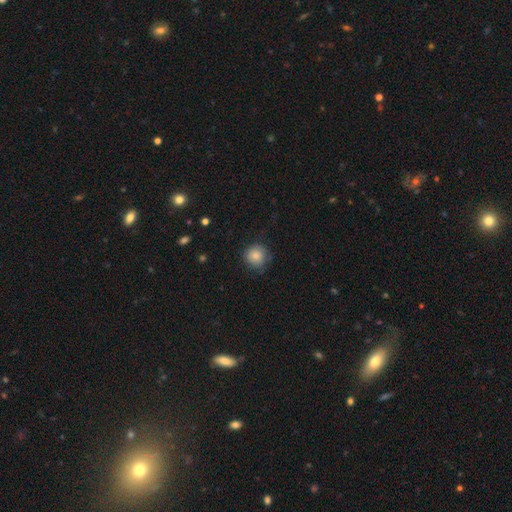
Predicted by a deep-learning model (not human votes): The model was most divided on "merging": none: 76%, minor disturbance: 18%, major disturbance: 4%, merger: 1%. More confident: how rounded — round (92%); smooth or featured — smooth (83%).